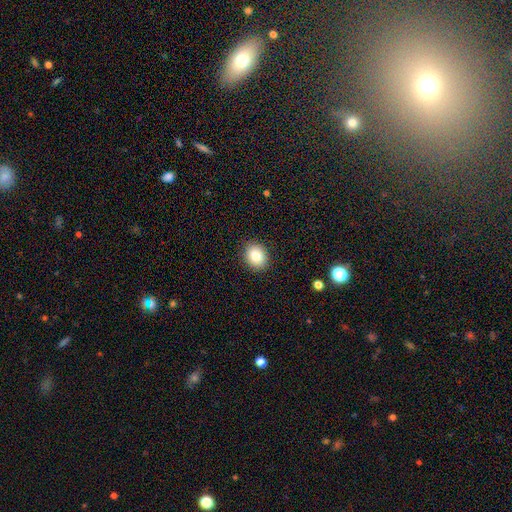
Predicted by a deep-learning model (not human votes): Smooth or featured? Predicted: smooth (p=0.84). How rounded? Predicted: round (p=0.54). Merging? Predicted: none (p=0.90).